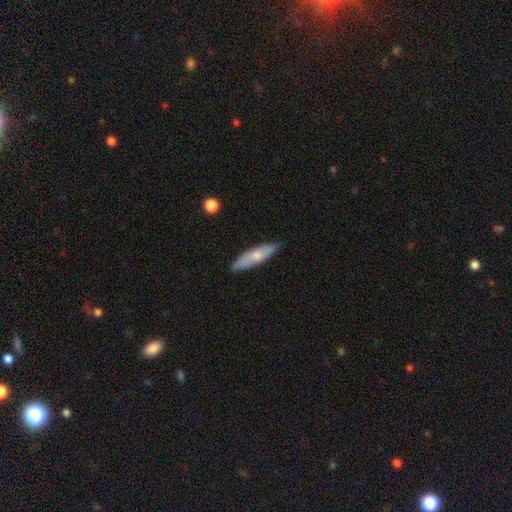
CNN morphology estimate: Smooth or featured? Predicted: smooth (p=0.66). How rounded? Predicted: cigar-shaped (p=0.68). Merging? Predicted: none (p=0.84).